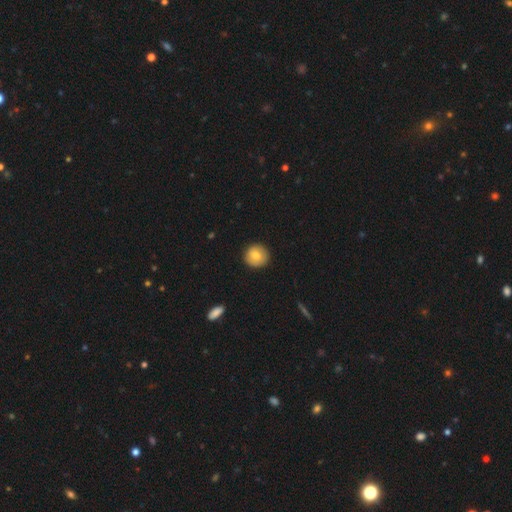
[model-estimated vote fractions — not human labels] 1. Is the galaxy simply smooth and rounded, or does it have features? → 76% smooth, 16% featured or disk, 7% star or artifact.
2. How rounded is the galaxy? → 93% round, 6% in between, 1% cigar-shaped.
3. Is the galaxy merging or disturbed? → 91% none, 6% minor disturbance, 2% major disturbance, 1% merger.